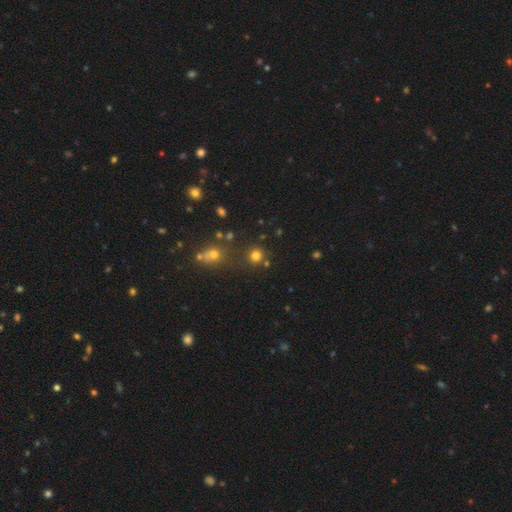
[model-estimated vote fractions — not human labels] Smooth or featured? smooth (74%)
How rounded? round (90%)
Merging? none (76%)